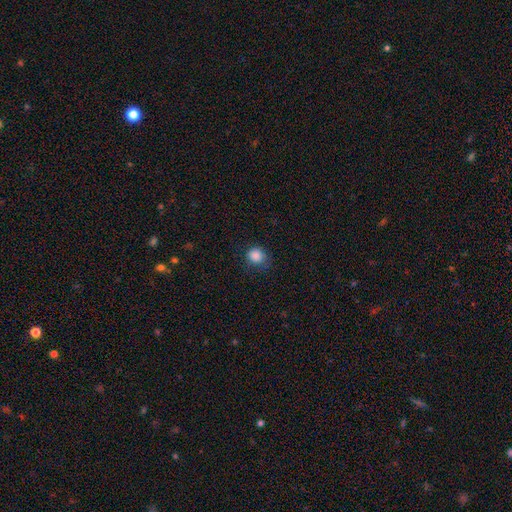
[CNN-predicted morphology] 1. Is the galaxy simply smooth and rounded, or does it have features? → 86% smooth, 11% star or artifact, 4% featured or disk.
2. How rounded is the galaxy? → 84% round, 15% in between, 1% cigar-shaped.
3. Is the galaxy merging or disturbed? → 73% none, 20% minor disturbance, 6% major disturbance, 1% merger.